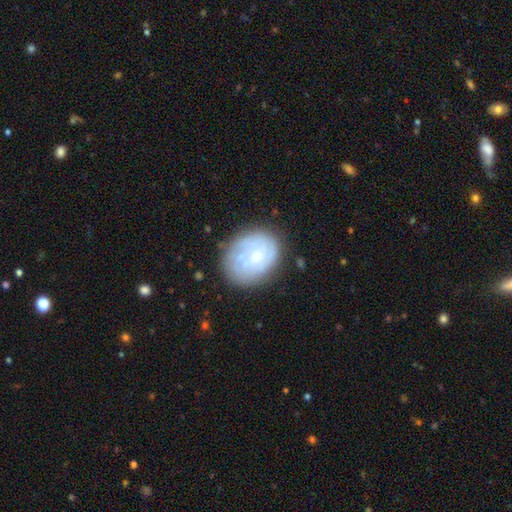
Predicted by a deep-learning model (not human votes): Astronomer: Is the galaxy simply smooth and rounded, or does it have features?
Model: featured or disk — 48% (runner-up: smooth, 44%).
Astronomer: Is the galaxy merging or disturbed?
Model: none — 73%.